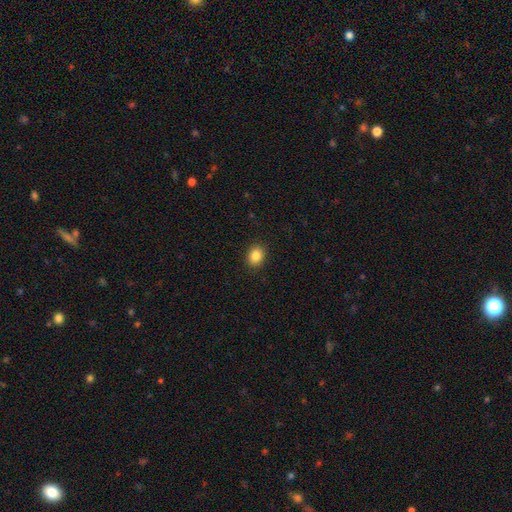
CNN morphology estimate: This is clearly a smooth galaxy (86%). How rounded: possibly in between (51%). Merging: clearly none (90%).